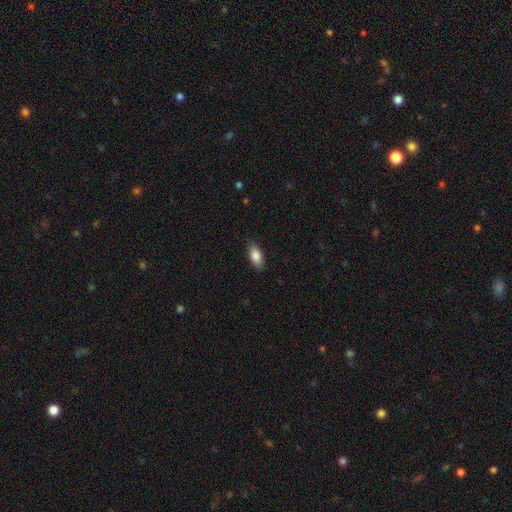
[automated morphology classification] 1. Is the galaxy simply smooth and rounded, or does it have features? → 86% smooth, 7% featured or disk, 7% star or artifact.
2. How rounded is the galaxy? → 91% in between, 6% cigar-shaped, 3% round.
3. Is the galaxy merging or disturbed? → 87% none, 10% minor disturbance, 2% major disturbance, 1% merger.